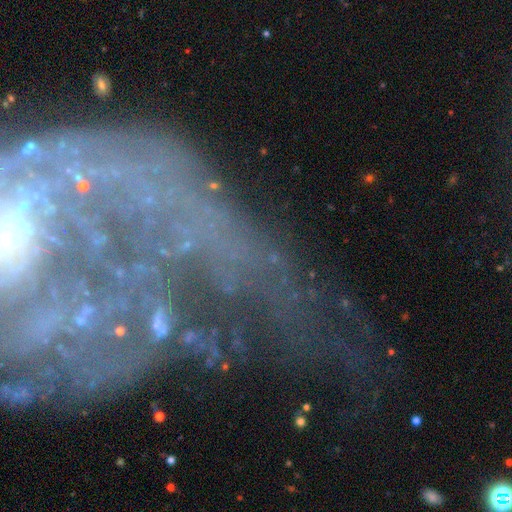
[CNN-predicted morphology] This appears to be a featured or disk galaxy (70%) with no bar (51%), spiral arms (68%) and a small central bulge (40%). Merging: none (47%).